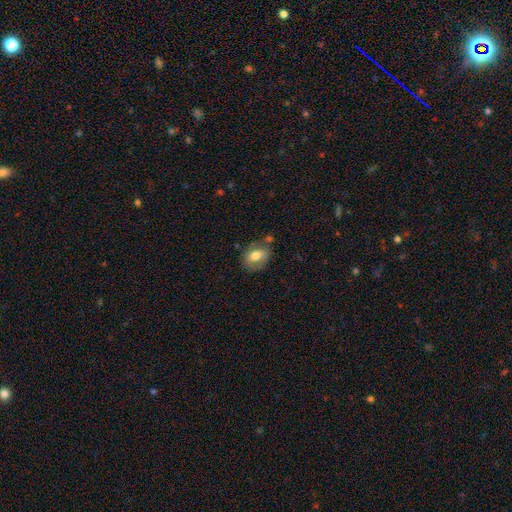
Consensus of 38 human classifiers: This is clearly a smooth galaxy (89%). How rounded: likely in between (68%). Merging: likely none (71%).